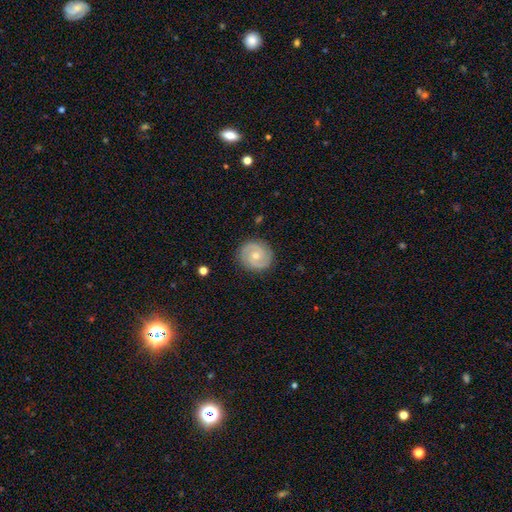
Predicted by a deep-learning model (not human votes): Q: Smooth or featured?
A: featured or disk (81%); runner-up: smooth (14%)
Q: Edge-on disk?
A: no (98%); runner-up: yes (2%)
Q: Bar?
A: no (61%); runner-up: weak (33%)
Q: Spiral arms?
A: yes (96%); runner-up: no (4%)
Q: Spiral winding?
A: tight (53%); runner-up: medium (39%)
Q: Spiral arm count?
A: 2 (91%); runner-up: can't tell (4%)
Q: Bulge size?
A: moderate (54%); runner-up: small (42%)
Q: Merging?
A: none (87%); runner-up: minor disturbance (9%)